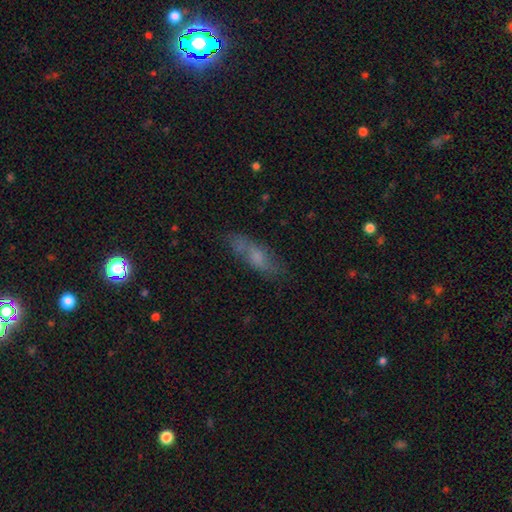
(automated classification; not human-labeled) Overall: smooth (55%; featured or disk 34%). How rounded: cigar-shaped (51%; in between 46%). Merging: none (68%).